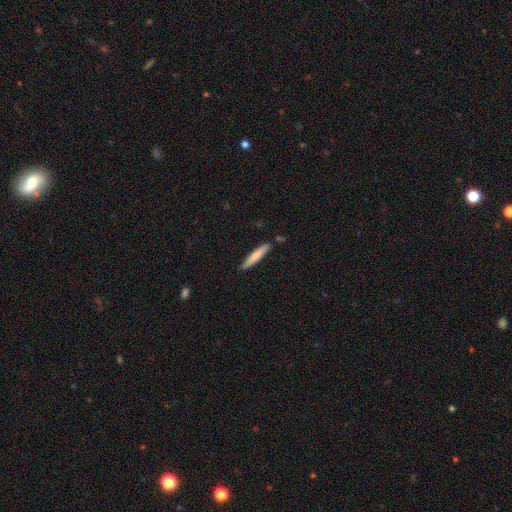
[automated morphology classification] Q: Smooth or featured?
A: smooth (76%); runner-up: featured or disk (19%)
Q: How rounded?
A: cigar-shaped (92%); runner-up: in between (6%)
Q: Merging?
A: none (86%); runner-up: minor disturbance (10%)